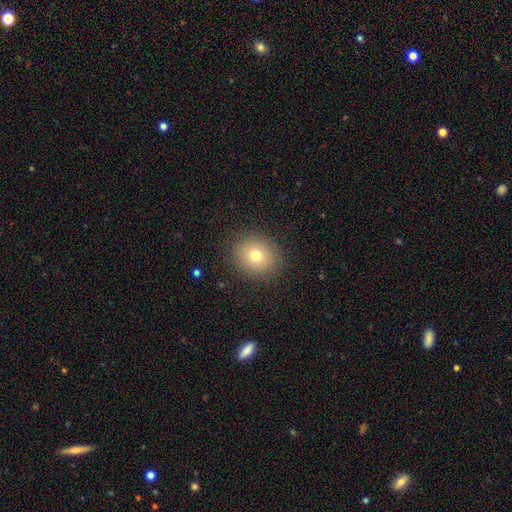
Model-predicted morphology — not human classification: This appears to be a smooth galaxy with no disk features (74%) that is round (80%). Merging: none (88%).